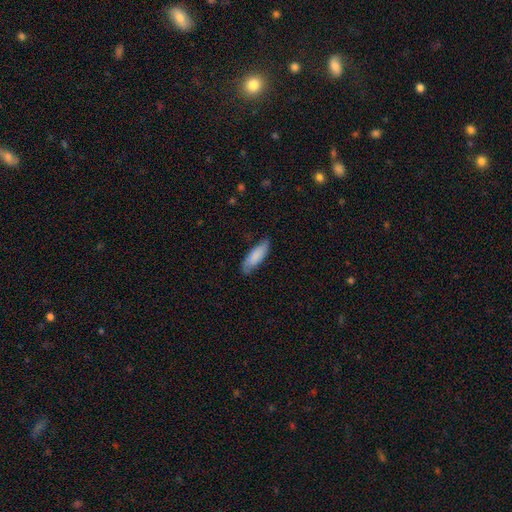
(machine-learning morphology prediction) smooth 80%, featured or disk 14%, star or artifact 5%. Down the decision tree: how rounded — in between (57%); merging — none (75%).